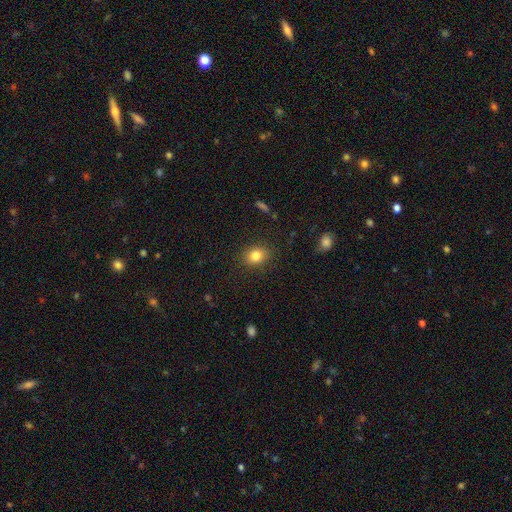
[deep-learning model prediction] This is clearly a smooth galaxy (83%). How rounded: possibly in between (53%). Merging: clearly none (86%).